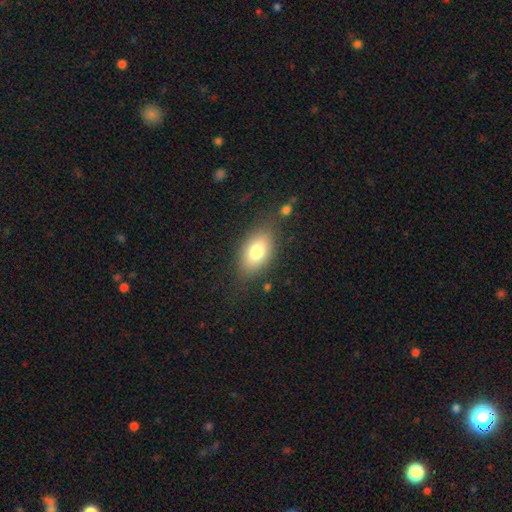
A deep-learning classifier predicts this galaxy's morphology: A smooth galaxy with no disk features (75%) that is in between round and cigar-shaped (86%). Merging: none (80%).